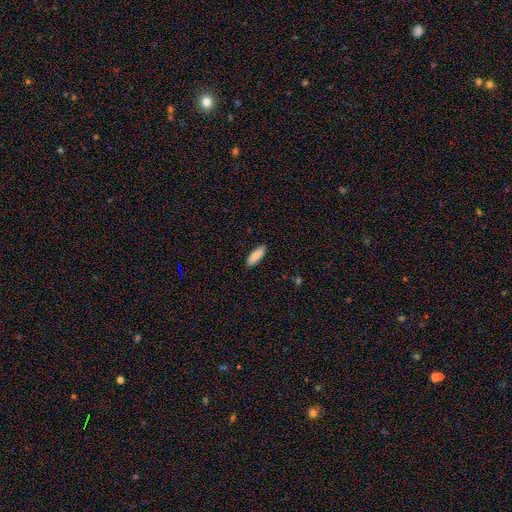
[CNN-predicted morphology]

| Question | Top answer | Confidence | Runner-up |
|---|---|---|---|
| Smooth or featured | smooth | 86% | featured or disk (8%) |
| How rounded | in between | 64% | cigar-shaped (34%) |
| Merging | none | 87% | minor disturbance (10%) |